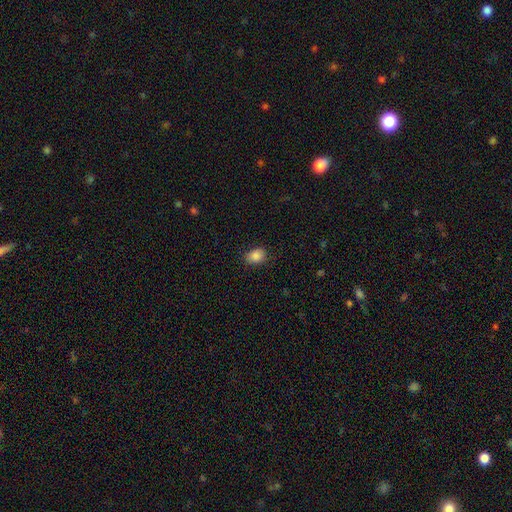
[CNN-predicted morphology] smooth-or-featured: smooth: 86% | star or artifact: 9% | featured or disk: 4%
  how-rounded: in between: 68% | round: 31% | cigar-shaped: 1%
  merging: none: 83% | minor disturbance: 13% | major disturbance: 3% | merger: 1%